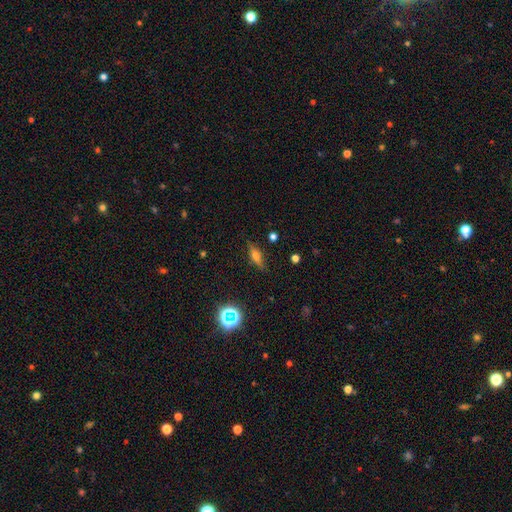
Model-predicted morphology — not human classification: Q: Smooth or featured?
A: smooth (48%); runner-up: featured or disk (38%)
Q: Merging?
A: none (81%); runner-up: minor disturbance (14%)